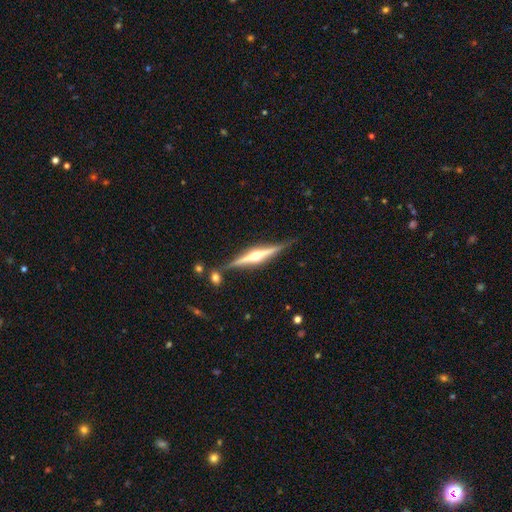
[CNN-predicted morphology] type=featured or disk (82%); edge-on=yes (98%); edge-on bulge=rounded (94%); merging=none (83%).